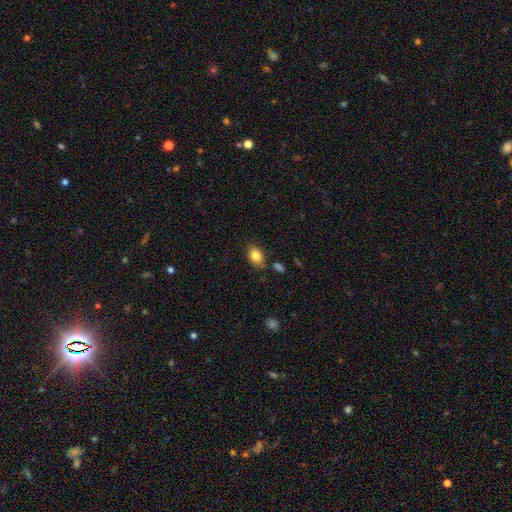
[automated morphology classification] A smooth galaxy with no disk features (83%) that is in between round and cigar-shaped (80%).

Vote fractions:
- Smooth or featured? smooth: 83% / featured or disk: 9% / star or artifact: 9%
- How rounded? in between: 80% / round: 18% / cigar-shaped: 2%
- Merging? none: 76% / minor disturbance: 16% / merger: 4% / major disturbance: 3%